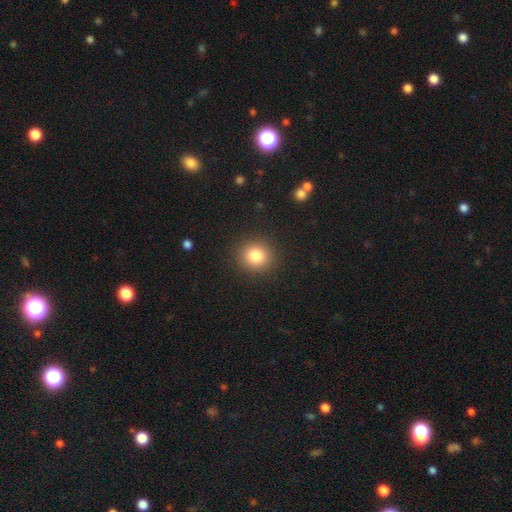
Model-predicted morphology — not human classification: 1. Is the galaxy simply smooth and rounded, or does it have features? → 82% smooth, 11% star or artifact, 7% featured or disk.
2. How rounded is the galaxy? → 87% round, 12% in between, 1% cigar-shaped.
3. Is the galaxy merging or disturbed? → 90% none, 6% minor disturbance, 2% major disturbance, 1% merger.